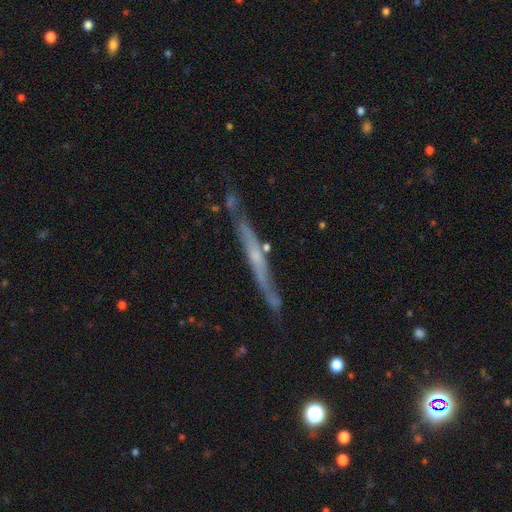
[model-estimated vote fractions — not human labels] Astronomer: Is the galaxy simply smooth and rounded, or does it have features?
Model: featured or disk — 68%.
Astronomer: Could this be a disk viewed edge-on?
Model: yes — 92%.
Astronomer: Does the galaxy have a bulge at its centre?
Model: none — 65%.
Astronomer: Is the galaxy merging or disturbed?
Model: none — 73%.